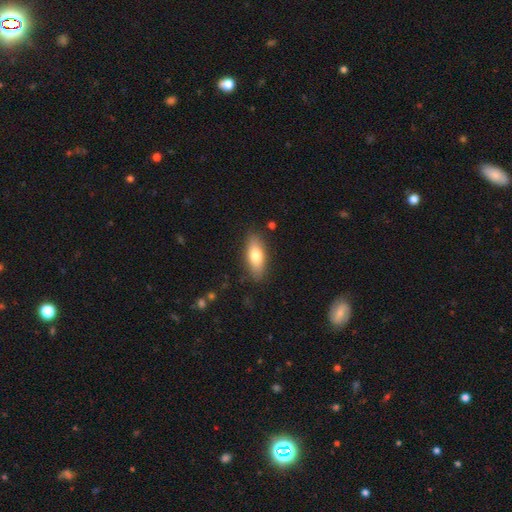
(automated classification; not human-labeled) A smooth galaxy with no disk features (75%) that is in between round and cigar-shaped (74%). Merging: none (85%).